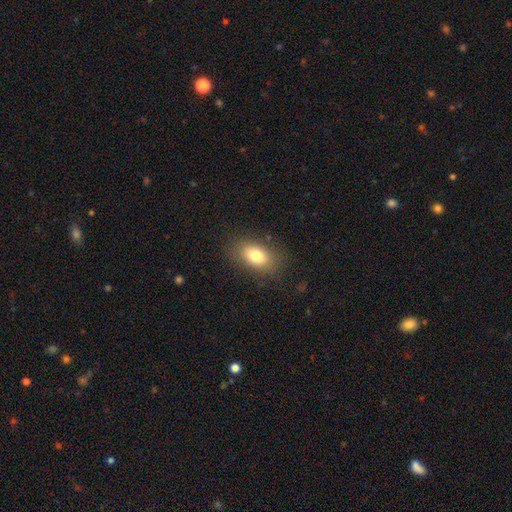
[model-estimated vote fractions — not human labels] Overall: smooth (79%). How rounded: in between (85%). Merging: none (83%).